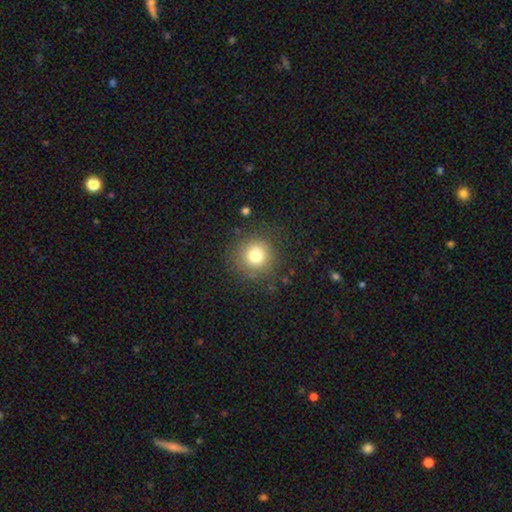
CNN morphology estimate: Smooth or featured: smooth — 78% (star or artifact — 13%)
How rounded: round — 93% (in between — 6%)
Merging: none — 84% (minor disturbance — 10%)